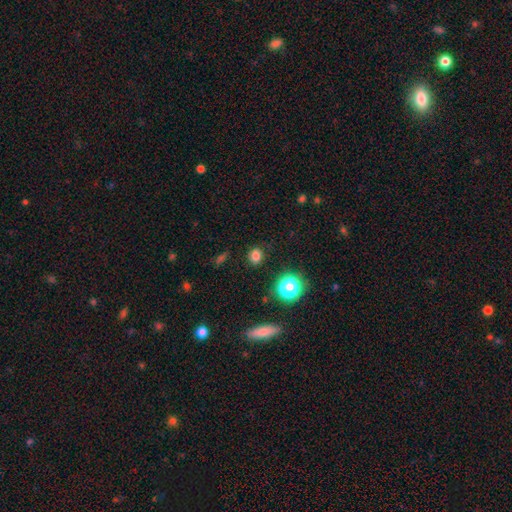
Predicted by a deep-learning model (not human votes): Smooth or featured: smooth — 78% (star or artifact — 18%)
How rounded: round — 63% (in between — 36%)
Merging: none — 86% (minor disturbance — 9%)